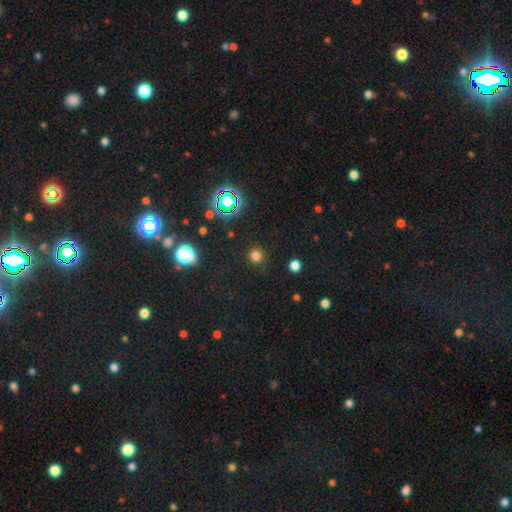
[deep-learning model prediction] Overall: smooth (73%). How rounded: round (94%). Merging: none (88%).